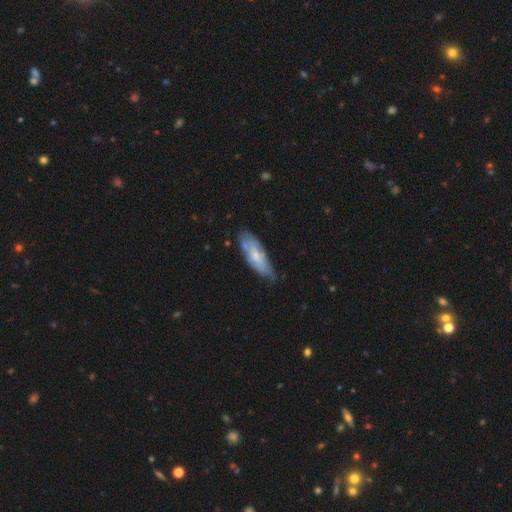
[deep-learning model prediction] Morphology: type=smooth (56%); roundness=in between (62%); merging=none (59%).